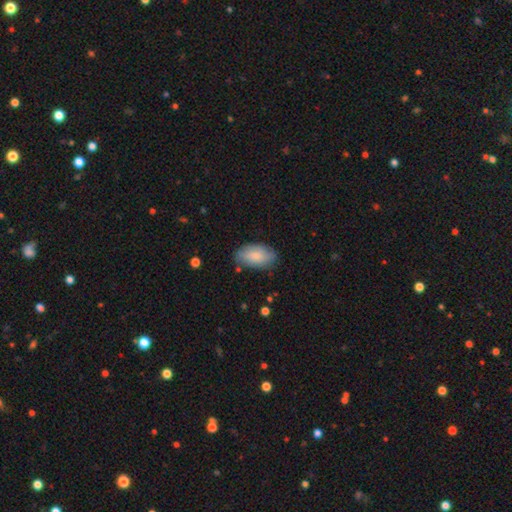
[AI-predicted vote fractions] Overall: smooth (80%). How rounded: in between (94%). Merging: none (76%).